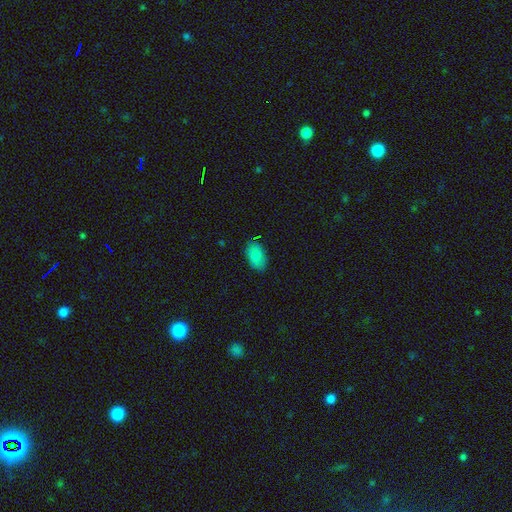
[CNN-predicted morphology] Q: Smooth or featured?
A: smooth (86%); runner-up: star or artifact (8%)
Q: How rounded?
A: in between (93%); runner-up: round (5%)
Q: Merging?
A: none (84%); runner-up: minor disturbance (12%)